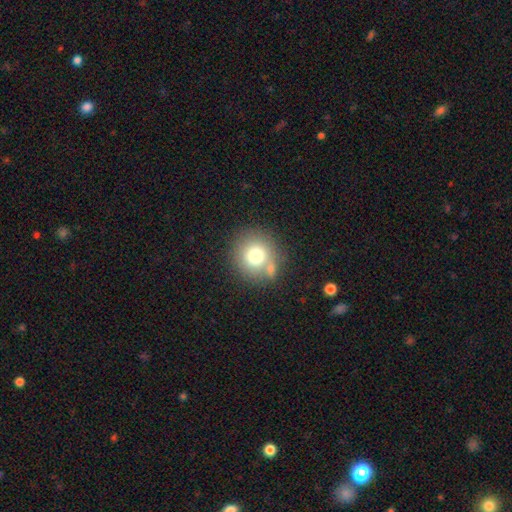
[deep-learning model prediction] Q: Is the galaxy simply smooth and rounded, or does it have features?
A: smooth — 75%.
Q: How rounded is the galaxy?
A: round — 89%.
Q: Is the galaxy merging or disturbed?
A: none — 69%.